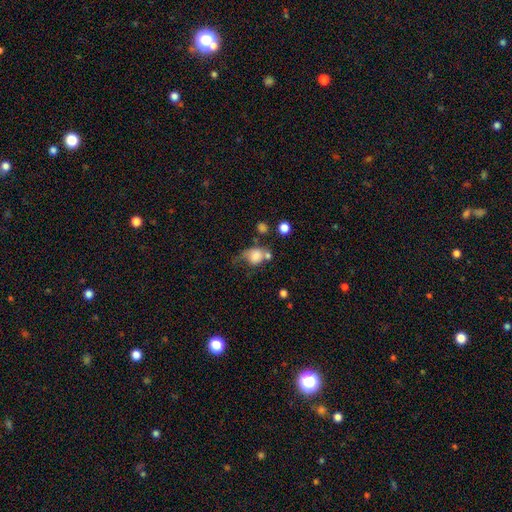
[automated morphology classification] Overall: smooth (73%). How rounded: round (59%; in between 40%). Merging: major disturbance (28%, tied with none).